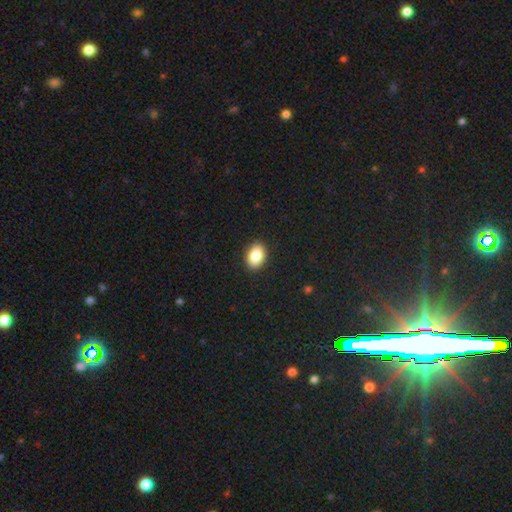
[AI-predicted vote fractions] This appears to be a smooth galaxy with no disk features (87%) that is in between round and cigar-shaped (85%). Merging: none (90%).